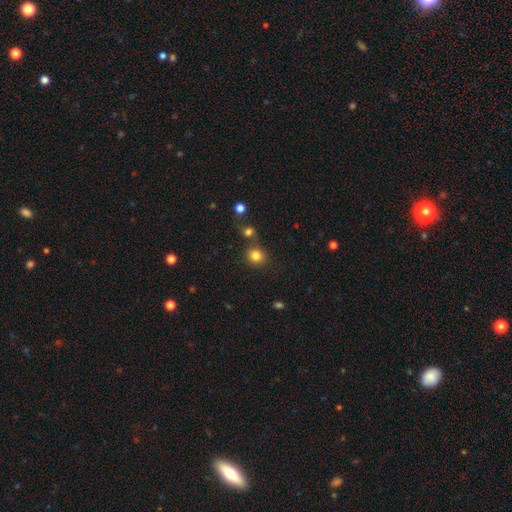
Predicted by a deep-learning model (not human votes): Smooth or featured?
  - smooth: 82% *
  - star or artifact: 12%
  - featured or disk: 6%
How rounded?
  - round: 80% *
  - in between: 19%
  - cigar-shaped: 1%
Merging?
  - none: 68% *
  - merger: 18%
  - minor disturbance: 10%
  - major disturbance: 4%